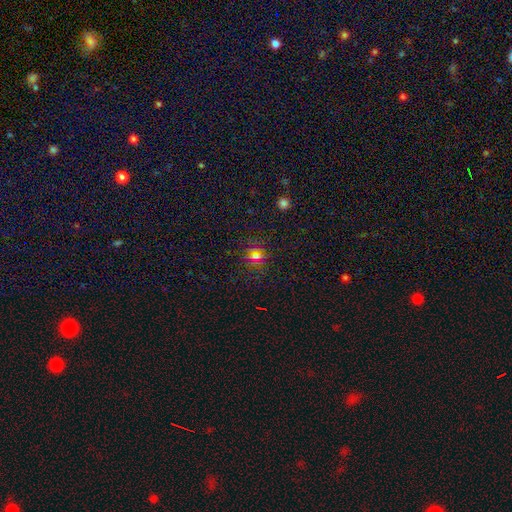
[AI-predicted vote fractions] The model was most divided on "smooth or featured": star or artifact: 51%, smooth: 36%, featured or disk: 13%.